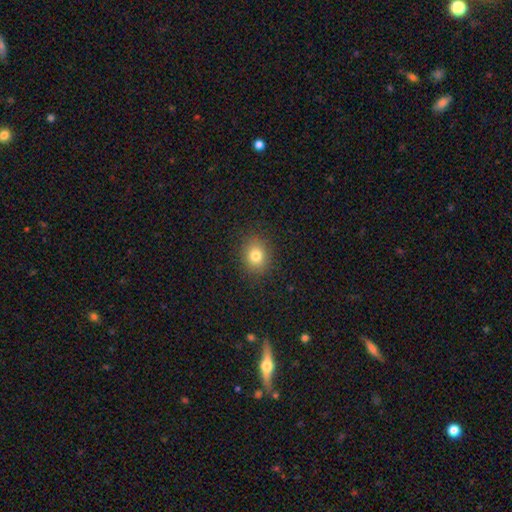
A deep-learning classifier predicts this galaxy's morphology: smooth_or_featured: smooth (p=0.80) [alt: star or artifact p=0.13]
how_rounded: round (p=0.64) [alt: in between p=0.35]
merging: none (p=0.89) [alt: minor disturbance p=0.07]